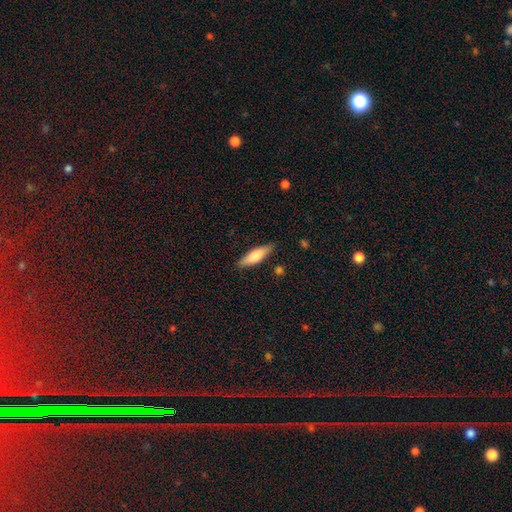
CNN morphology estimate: A smooth galaxy with no disk features (66%) that is cigar-shaped (63%). Merging: none (87%).